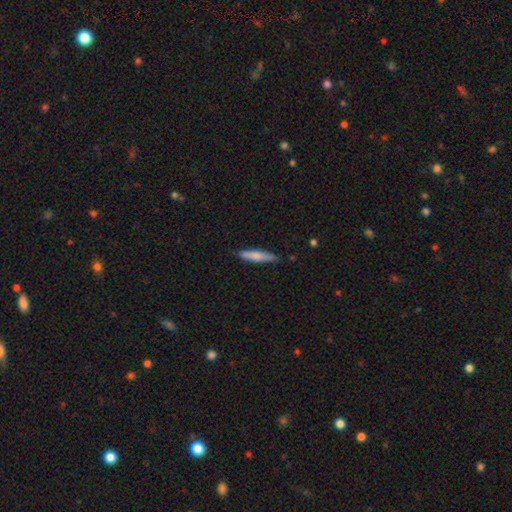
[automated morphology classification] smooth_or_featured: smooth (p=0.71) [alt: featured or disk p=0.23]
how_rounded: cigar-shaped (p=0.89) [alt: in between p=0.10]
merging: none (p=0.82) [alt: minor disturbance p=0.14]